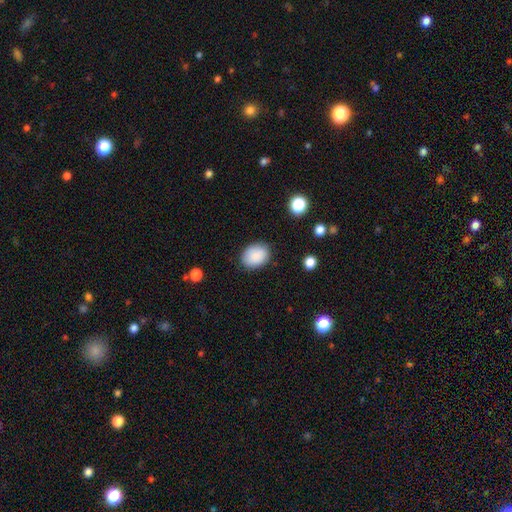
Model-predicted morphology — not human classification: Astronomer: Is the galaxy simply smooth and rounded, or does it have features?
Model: smooth — 88%.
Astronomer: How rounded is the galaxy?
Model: in between — 65%.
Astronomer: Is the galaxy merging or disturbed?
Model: none — 84%.